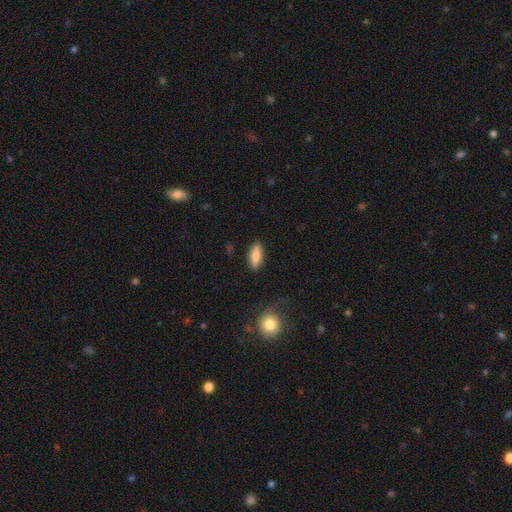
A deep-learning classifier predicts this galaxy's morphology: smooth 79%, featured or disk 14%, star or artifact 6%. Down the decision tree: how rounded — in between (61%); merging — none (87%).